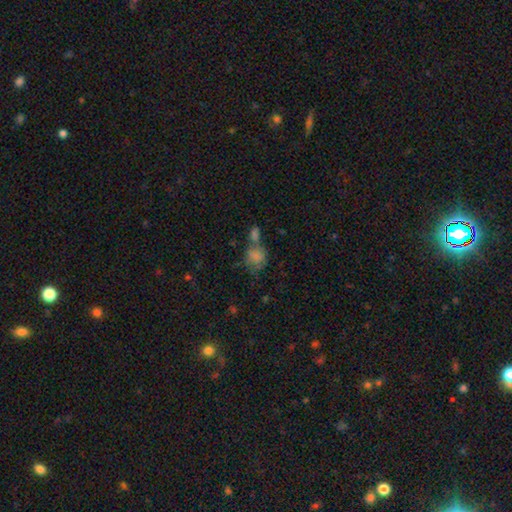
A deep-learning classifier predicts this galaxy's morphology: smooth_or_featured: smooth (p=0.77) [alt: featured or disk p=0.13]
how_rounded: in between (p=0.50) [alt: round p=0.48]
merging: merger (p=0.44) [alt: none p=0.29]